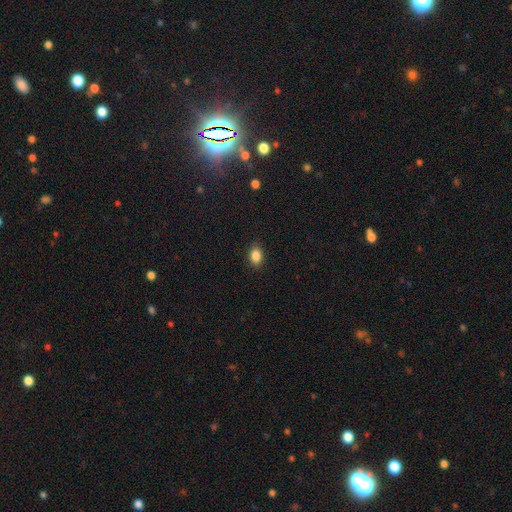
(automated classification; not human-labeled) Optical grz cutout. It shows a smooth galaxy with no disk features (87%) that is in between round and cigar-shaped (79%). Merging: none (87%).